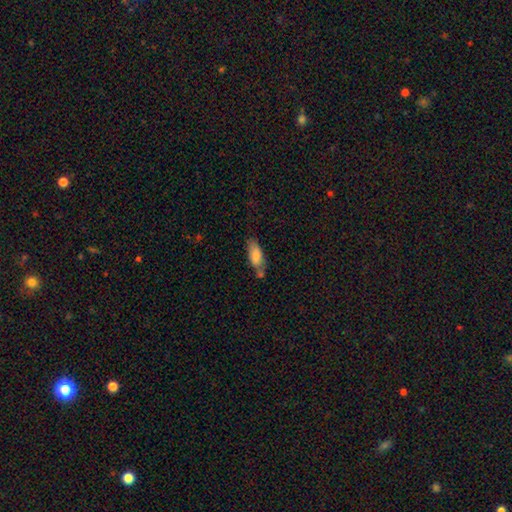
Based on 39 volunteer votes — Smooth or featured: smooth — 95% (featured or disk — 5%)
How rounded: in between — 65% (cigar-shaped — 32%)
Merging: none — 62% (minor disturbance — 18%)